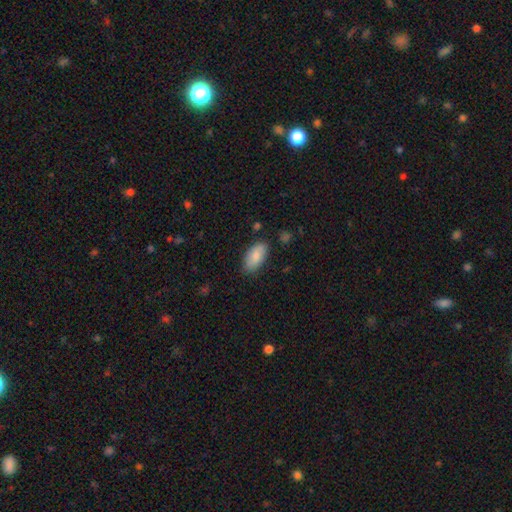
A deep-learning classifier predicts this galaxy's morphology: Smooth or featured: smooth — 81% (featured or disk — 13%)
How rounded: in between — 94% (cigar-shaped — 4%)
Merging: none — 81% (minor disturbance — 15%)